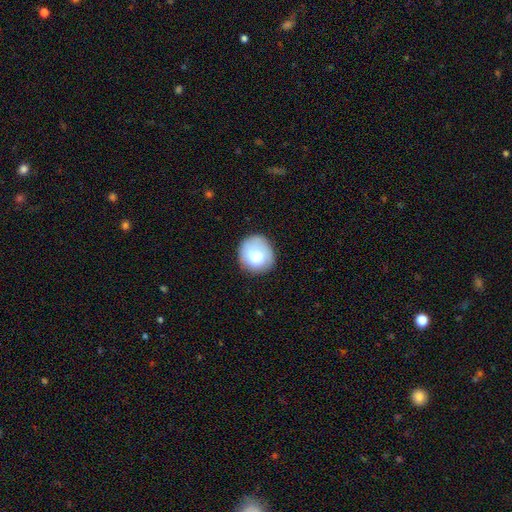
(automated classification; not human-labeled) Smooth or featured? smooth (77%)
How rounded? round (83%)
Merging? none (75%)